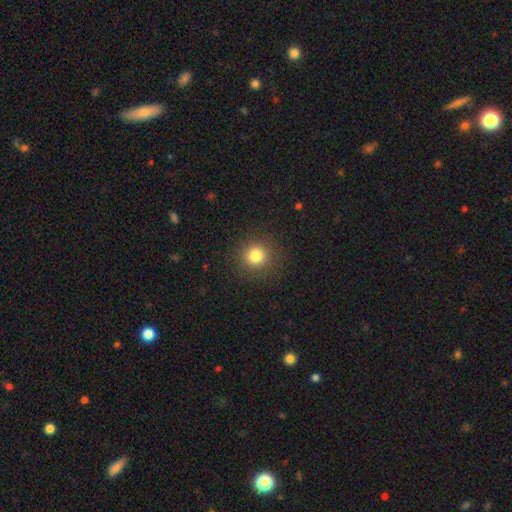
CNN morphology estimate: Q: Smooth or featured?
A: smooth (81%); runner-up: star or artifact (13%)
Q: How rounded?
A: round (93%); runner-up: in between (6%)
Q: Merging?
A: none (90%); runner-up: minor disturbance (6%)